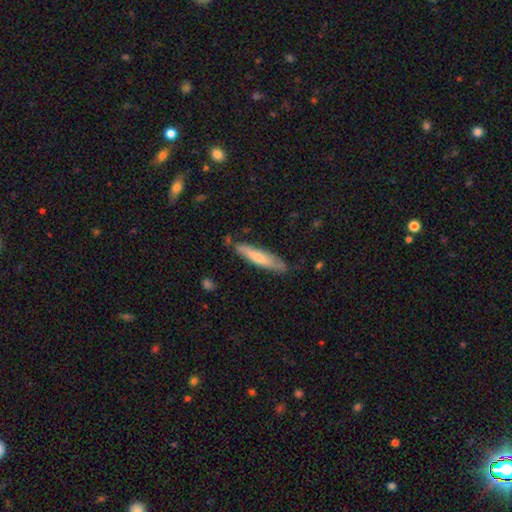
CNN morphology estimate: This is possibly a smooth galaxy (51%). How rounded: clearly cigar-shaped (88%). Merging: clearly none (80%).